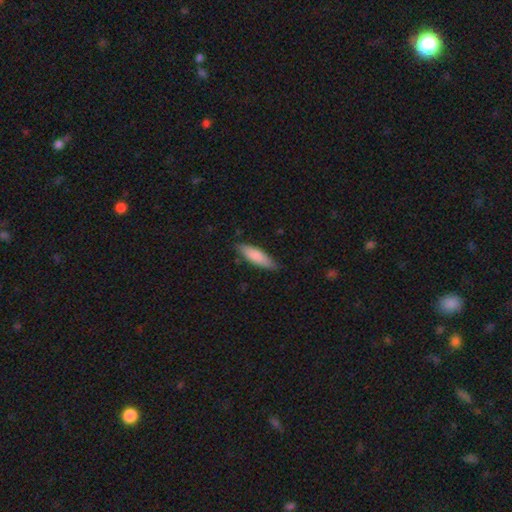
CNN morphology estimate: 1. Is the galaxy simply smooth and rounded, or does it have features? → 83% smooth, 12% featured or disk, 5% star or artifact.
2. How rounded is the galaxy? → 56% cigar-shaped, 42% in between, 1% round.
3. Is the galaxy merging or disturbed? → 81% none, 15% minor disturbance, 2% major disturbance, 1% merger.